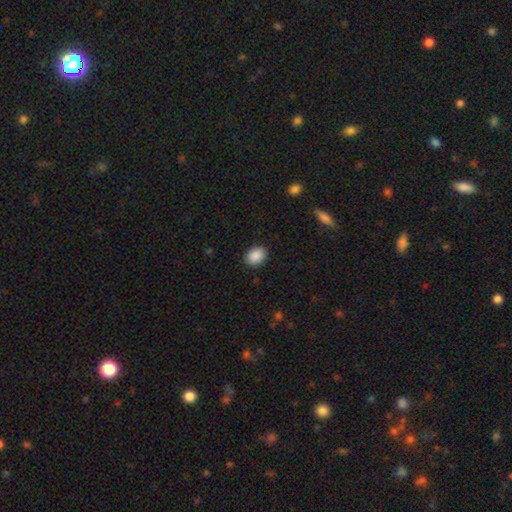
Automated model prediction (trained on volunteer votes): Smooth or featured? smooth (89%)
How rounded? in between (68%)
Merging? none (88%)